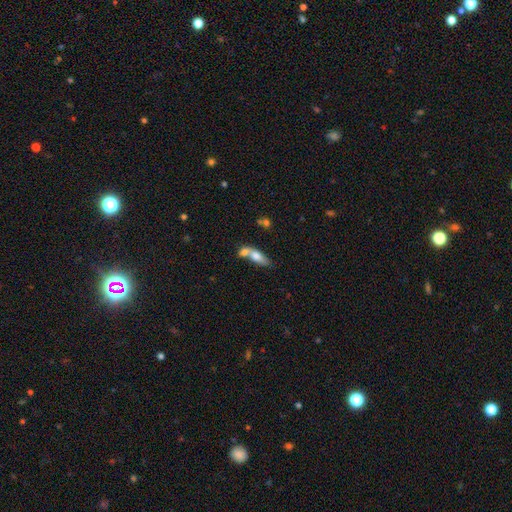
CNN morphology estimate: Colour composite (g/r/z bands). It shows a smooth galaxy with no disk features (69%) that is in between round and cigar-shaped (65%). Merging: merger (57%).